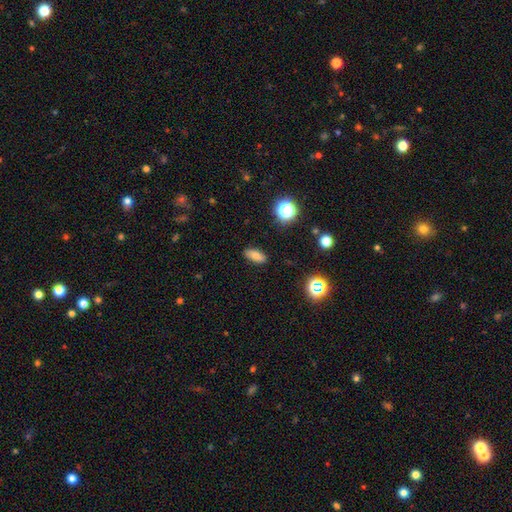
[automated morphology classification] Smooth or featured? smooth (77%)
How rounded? in between (82%)
Merging? none (88%)